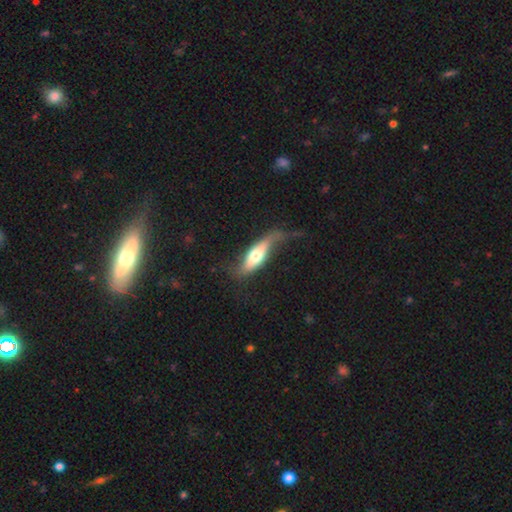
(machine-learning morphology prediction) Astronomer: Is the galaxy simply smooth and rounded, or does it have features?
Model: featured or disk — 48% (runner-up: smooth, 47%).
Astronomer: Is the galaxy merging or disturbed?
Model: none — 33% (runner-up: major disturbance, 32%).